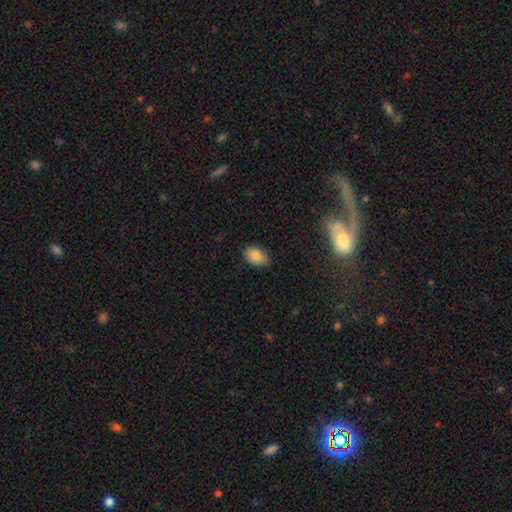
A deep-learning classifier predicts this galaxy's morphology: smooth_or_featured: smooth (p=0.86) [alt: star or artifact p=0.08]
how_rounded: in between (p=0.91) [alt: round p=0.07]
merging: none (p=0.86) [alt: minor disturbance p=0.11]